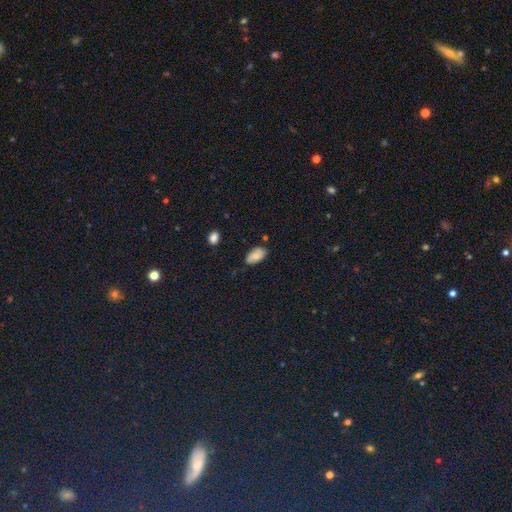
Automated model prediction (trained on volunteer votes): This is clearly a smooth galaxy (82%). How rounded: clearly in between (94%). Merging: likely none (74%).